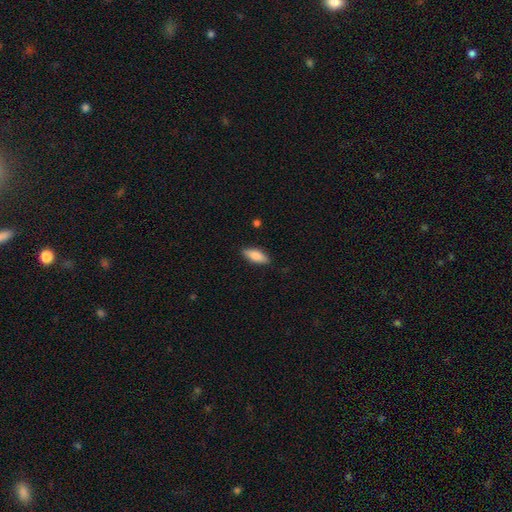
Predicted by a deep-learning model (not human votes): Smooth or featured? smooth (80%)
How rounded? in between (74%)
Merging? none (86%)